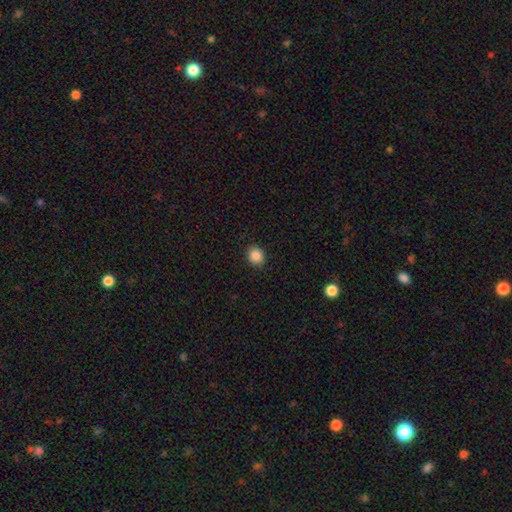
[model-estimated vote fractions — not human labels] smooth_or_featured: smooth (p=0.87) [alt: star or artifact p=0.09]
how_rounded: round (p=0.75) [alt: in between p=0.24]
merging: none (p=0.90) [alt: minor disturbance p=0.07]